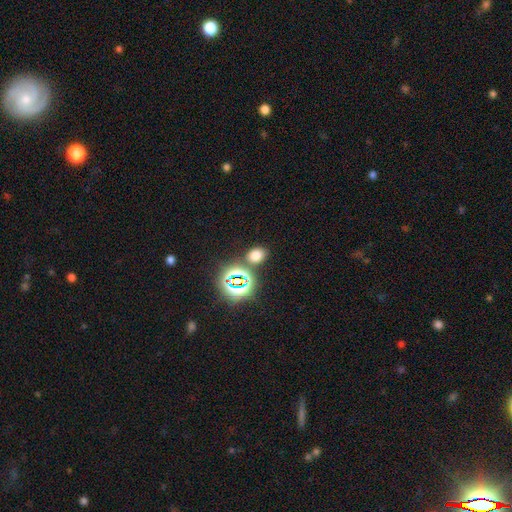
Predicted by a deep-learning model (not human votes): This is likely a smooth galaxy (66%). How rounded: possibly in between (59%). Merging: likely none (78%).